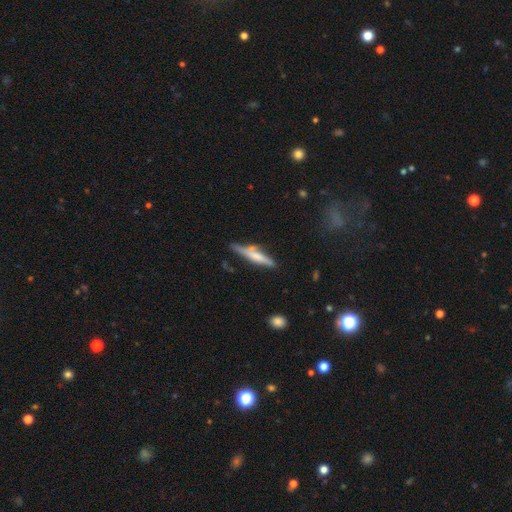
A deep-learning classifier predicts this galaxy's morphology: This appears to be a smooth galaxy with no disk features (50%) that is cigar-shaped (88%). Merging: none (62%).